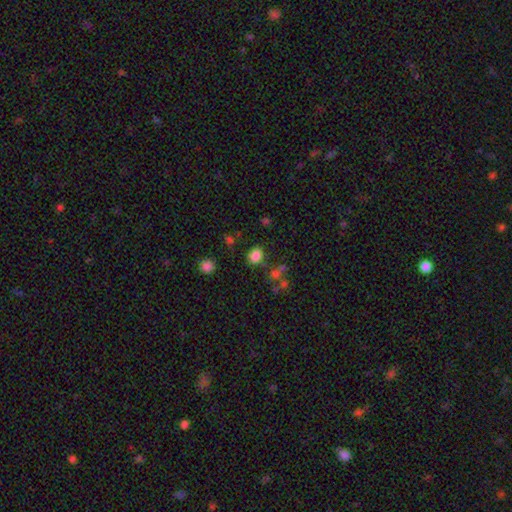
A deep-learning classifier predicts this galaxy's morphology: Smooth or featured? Predicted: smooth (p=0.81). How rounded? Predicted: round (p=0.52). Merging? Predicted: none (p=0.76).